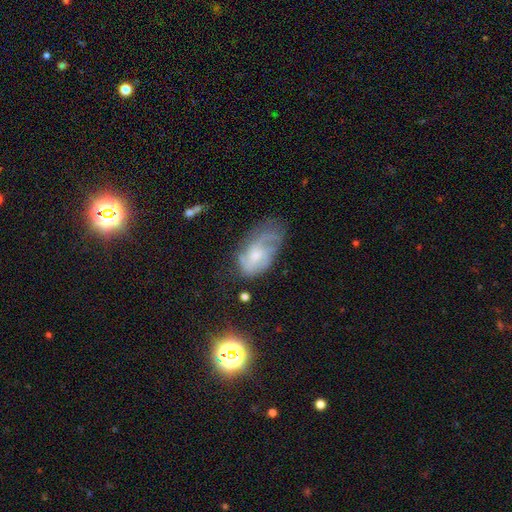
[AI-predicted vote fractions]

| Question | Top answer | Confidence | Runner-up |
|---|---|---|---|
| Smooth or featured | featured or disk | 69% | smooth (23%) |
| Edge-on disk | no | 96% | yes (4%) |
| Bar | no | 63% | weak (33%) |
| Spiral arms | yes | 87% | no (13%) |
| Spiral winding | medium | 43% | tight (31%) |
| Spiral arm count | can't tell | 30% | 2 (29%) |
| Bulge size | small | 53% | moderate (35%) |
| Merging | none | 42% | minor disturbance (28%) |